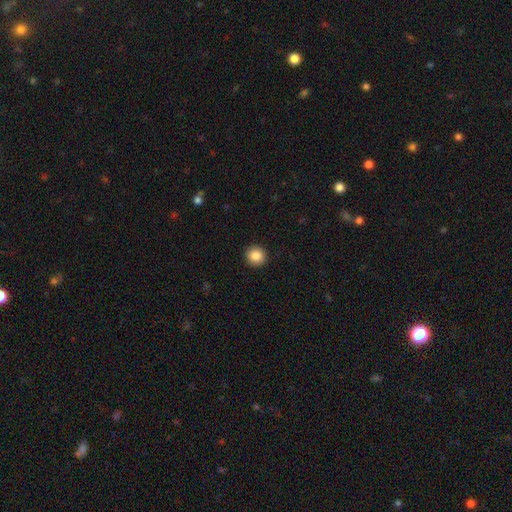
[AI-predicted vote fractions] Overall: smooth (87%). How rounded: round (93%). Merging: none (93%).